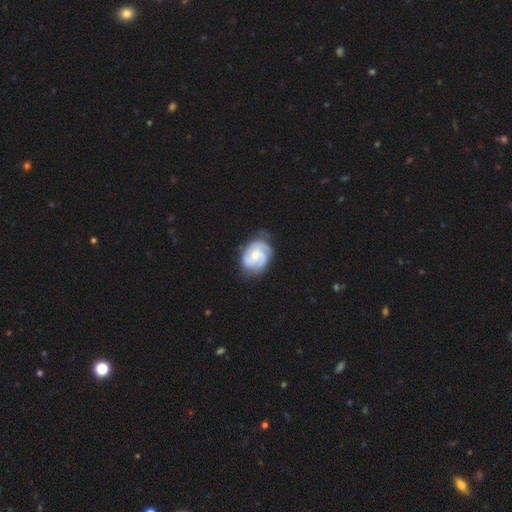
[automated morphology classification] The model was most divided on "bulge size": small: 47%, moderate: 44%, none: 4%, large: 3%, dominant: 1%. Remaining: edge-on disk — no (98%); spiral arms — yes (97%); smooth or featured — featured or disk (82%); merging — none (69%); bar — no (65%); spiral winding — tight (60%); spiral arm count — 3 (45%).